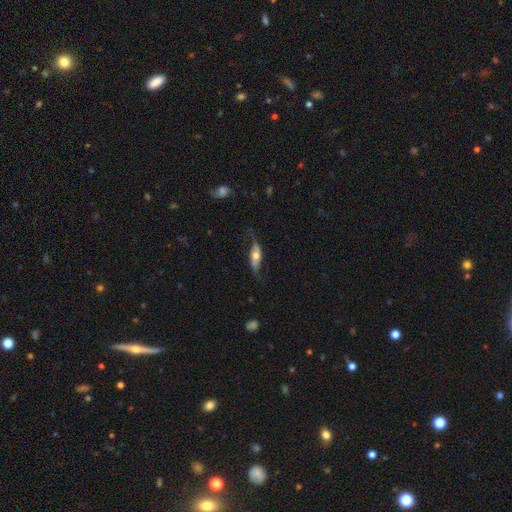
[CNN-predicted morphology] type=featured or disk (57%); edge-on=no (58%); merging=none (61%).